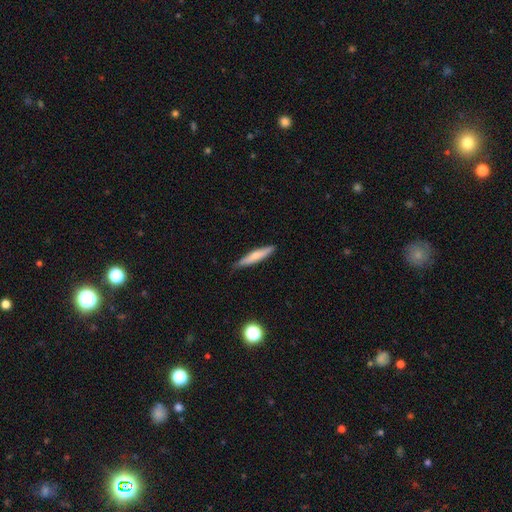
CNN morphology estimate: A smooth galaxy with no disk features (63%) that is cigar-shaped (87%). Merging: none (82%).